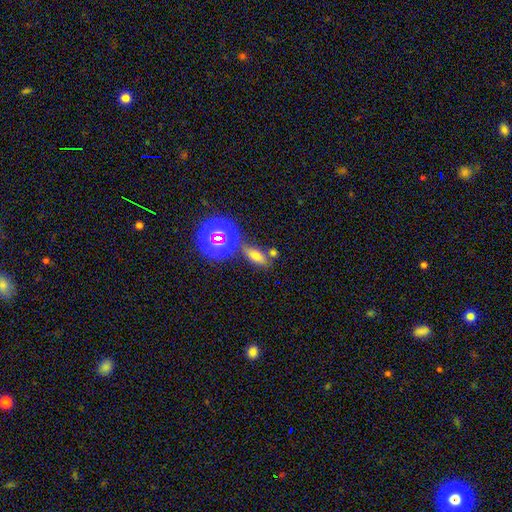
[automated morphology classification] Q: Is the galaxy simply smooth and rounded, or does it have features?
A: smooth — 61%.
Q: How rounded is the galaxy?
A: in between — 66%.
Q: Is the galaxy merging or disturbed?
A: none — 68%.